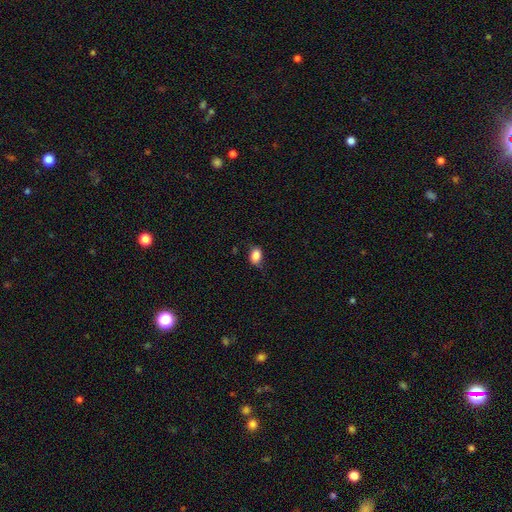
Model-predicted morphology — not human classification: This appears to be a smooth galaxy with no disk features (87%) that is in between round and cigar-shaped (78%). Merging: none (72%).